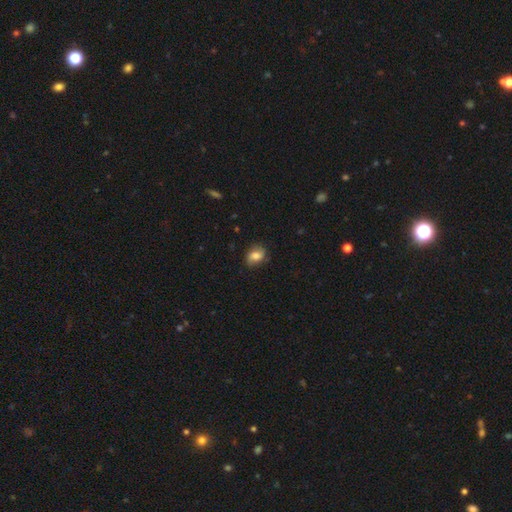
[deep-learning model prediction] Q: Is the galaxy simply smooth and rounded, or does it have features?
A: smooth — 68%.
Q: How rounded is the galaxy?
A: in between — 60%.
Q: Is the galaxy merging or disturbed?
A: none — 75%.